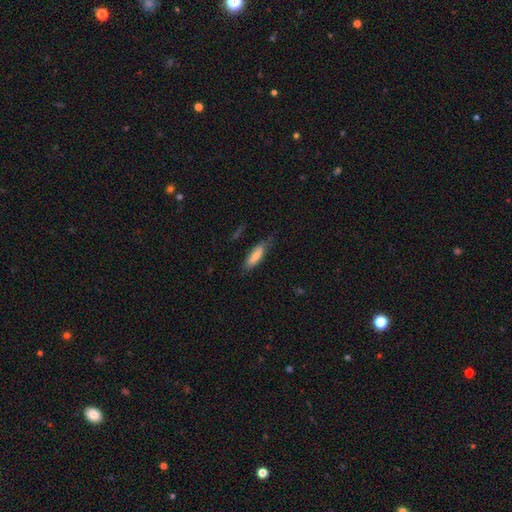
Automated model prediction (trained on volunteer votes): Overall: smooth (78%). How rounded: cigar-shaped (53%; in between 46%). Merging: none (63%; minor disturbance 27%).